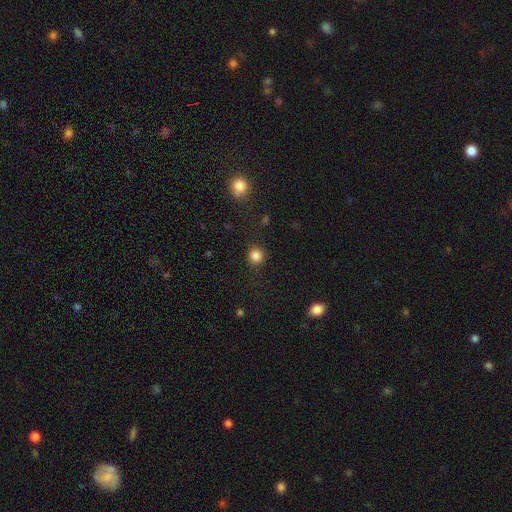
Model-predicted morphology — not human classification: A smooth galaxy with no disk features (85%) that is round (89%). Merging: none (87%).